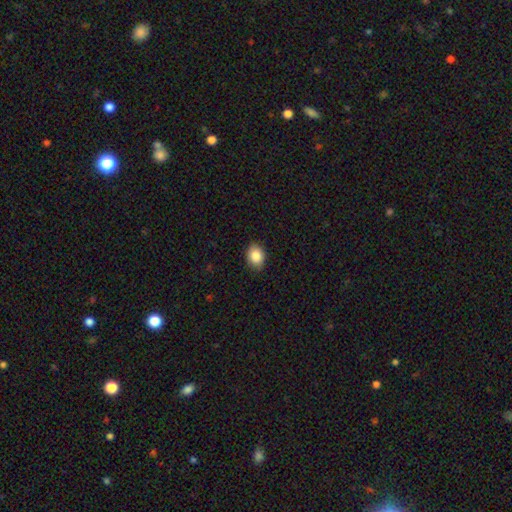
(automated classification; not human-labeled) Smooth or featured? smooth (86%)
How rounded? in between (66%)
Merging? none (87%)